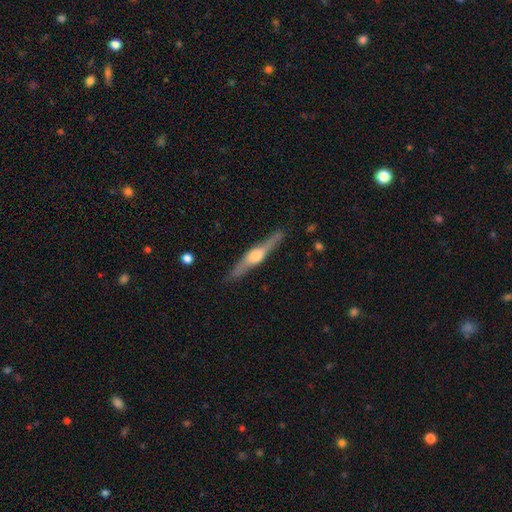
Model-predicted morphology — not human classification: Smooth or featured? featured or disk (74%)
Edge-on disk? yes (97%)
Edge-on bulge? rounded (91%)
Merging? none (88%)